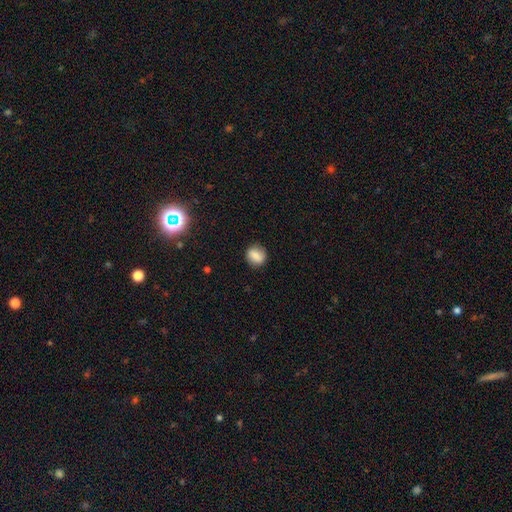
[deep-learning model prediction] A smooth galaxy with no disk features (77%) that is round (72%).

Vote fractions:
- Smooth or featured? smooth: 77% / featured or disk: 14% / star or artifact: 9%
- How rounded? round: 72% / in between: 27% / cigar-shaped: 1%
- Merging? none: 84% / minor disturbance: 12% / major disturbance: 3% / merger: 1%